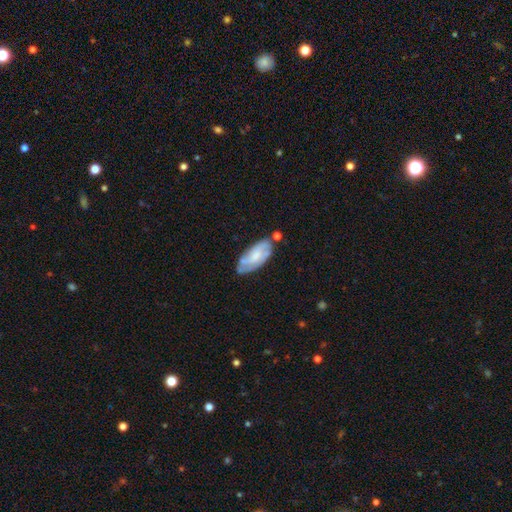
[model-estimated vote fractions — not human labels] A featured or disk galaxy (59%) with no bar (56%), spiral arms (81%) and a small central bulge (44%). Merging: none (64%).